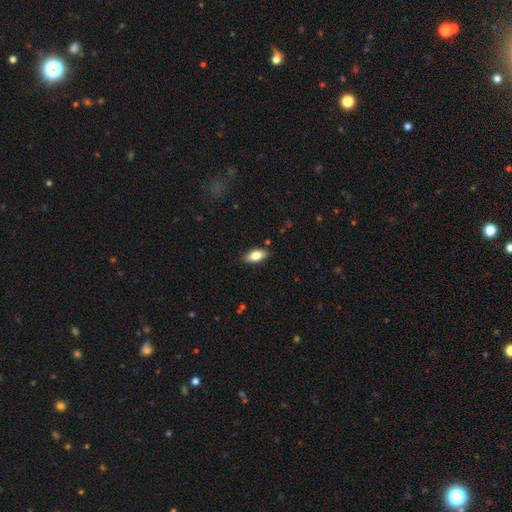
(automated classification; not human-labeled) This is likely a smooth galaxy (77%). How rounded: clearly in between (87%). Merging: clearly none (87%).